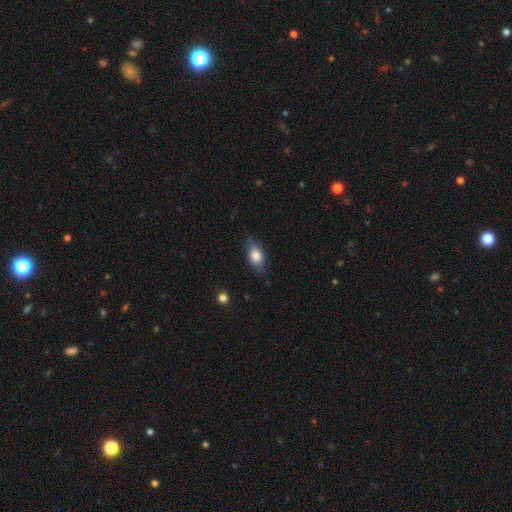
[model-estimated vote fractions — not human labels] This appears to be a smooth galaxy with no disk features (77%) that is in between round and cigar-shaped (82%). Merging: none (73%).